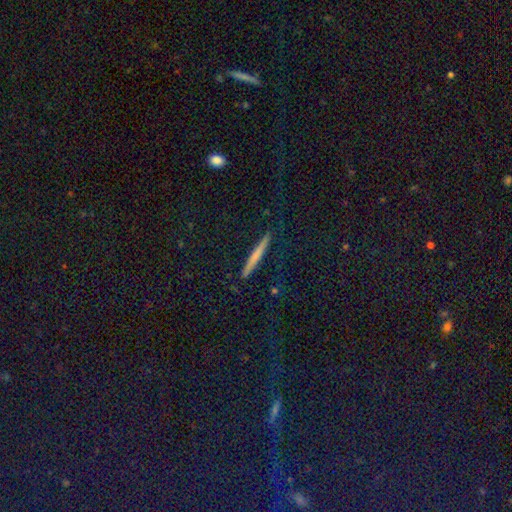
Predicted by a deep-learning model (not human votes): This appears to be a smooth galaxy with no disk features (57%) that is cigar-shaped (95%). Merging: none (90%).